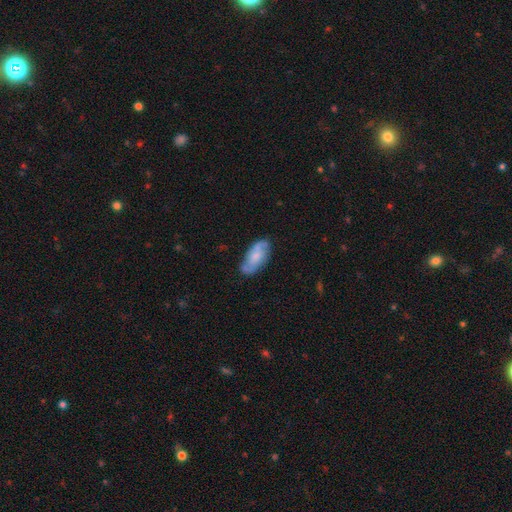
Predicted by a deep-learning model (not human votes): Q: Smooth or featured?
A: featured or disk (51%); runner-up: smooth (43%)
Q: Edge-on disk?
A: no (90%); runner-up: yes (10%)
Q: Merging?
A: none (73%); runner-up: minor disturbance (20%)